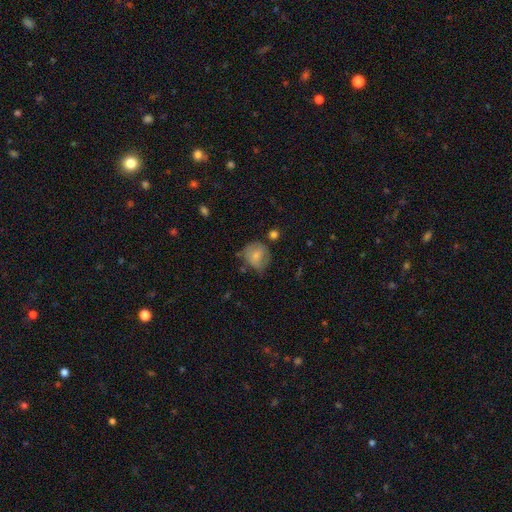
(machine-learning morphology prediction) smooth-or-featured: smooth: 67% | featured or disk: 25% | star or artifact: 8%
  how-rounded: round: 74% | in between: 25% | cigar-shaped: 1%
  merging: none: 46% | minor disturbance: 35% | major disturbance: 15% | merger: 5%